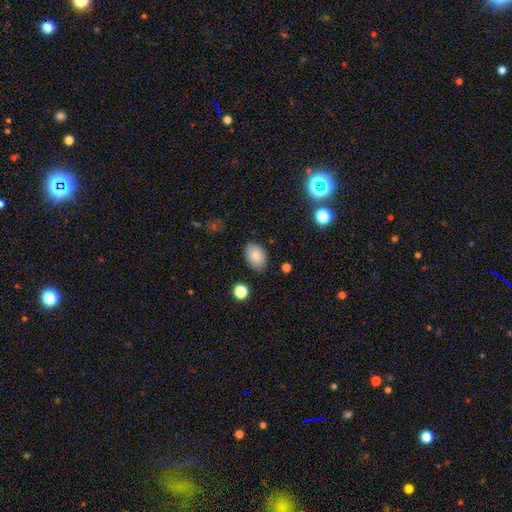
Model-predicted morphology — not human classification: A smooth galaxy with no disk features (86%) that is in between round and cigar-shaped (86%). Merging: none (81%).